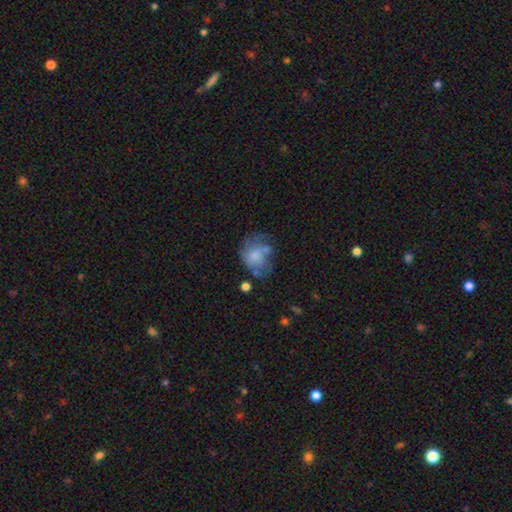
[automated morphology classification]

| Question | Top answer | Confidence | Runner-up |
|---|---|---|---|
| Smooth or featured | smooth | 59% | featured or disk (31%) |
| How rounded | round | 52% | in between (47%) |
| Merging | none | 35% | major disturbance (28%) |